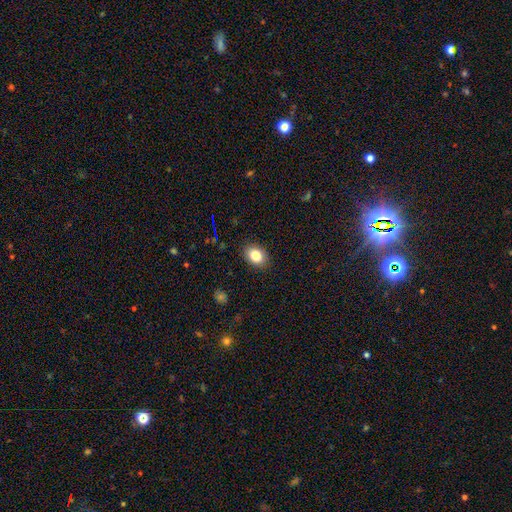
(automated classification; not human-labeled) This appears to be a smooth galaxy with no disk features (84%) that is in between round and cigar-shaped (74%). Merging: none (88%).